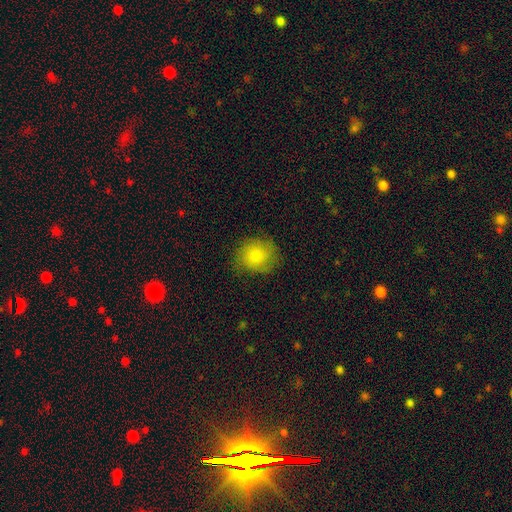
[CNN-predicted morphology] The model was most divided on "merging": none: 77%, minor disturbance: 17%, major disturbance: 5%, merger: 1%. More confident: how rounded — round (82%); smooth or featured — smooth (81%).